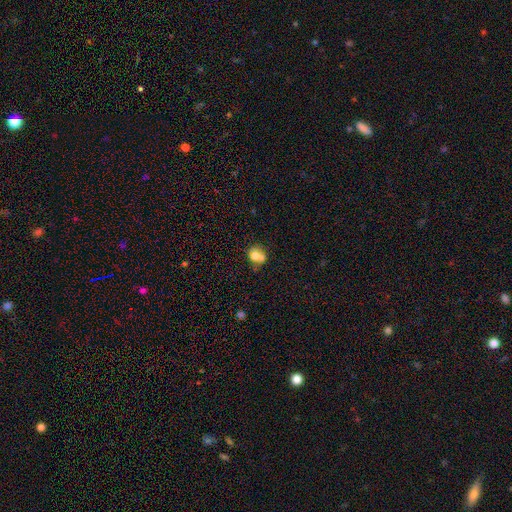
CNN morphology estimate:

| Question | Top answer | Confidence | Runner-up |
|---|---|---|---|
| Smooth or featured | smooth | 72% | featured or disk (17%) |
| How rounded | round | 65% | in between (34%) |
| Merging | merger | 49% | none (33%) |